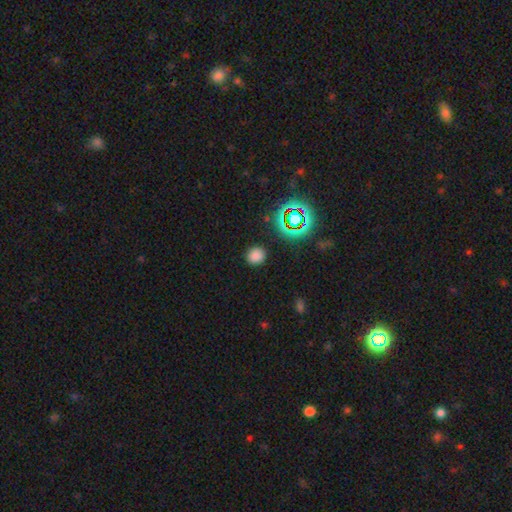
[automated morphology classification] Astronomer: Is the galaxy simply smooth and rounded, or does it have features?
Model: smooth — 75%.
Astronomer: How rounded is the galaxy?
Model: round — 85%.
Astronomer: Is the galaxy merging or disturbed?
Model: none — 88%.